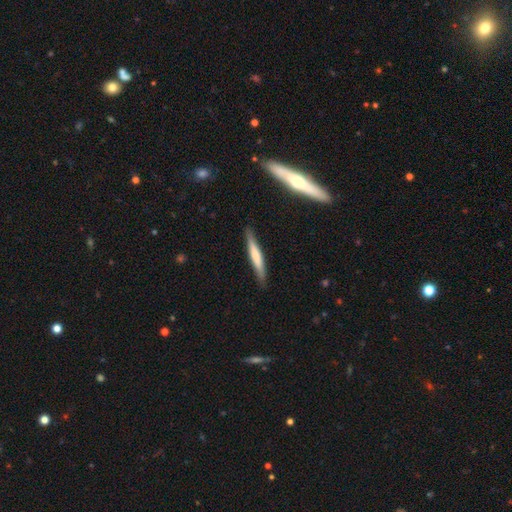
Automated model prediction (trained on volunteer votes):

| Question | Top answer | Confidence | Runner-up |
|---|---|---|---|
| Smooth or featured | smooth | 58% | featured or disk (36%) |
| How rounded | cigar-shaped | 94% | in between (5%) |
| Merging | none | 87% | minor disturbance (10%) |